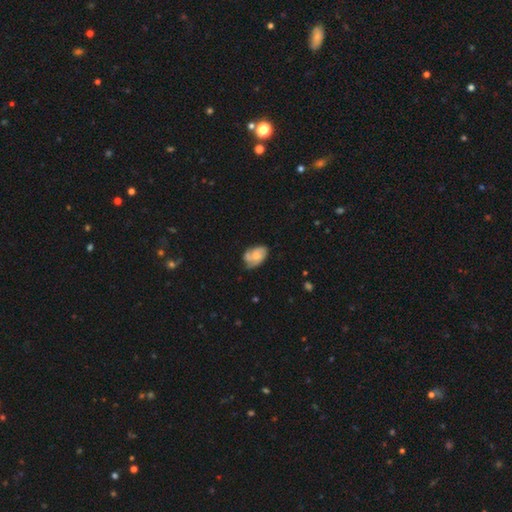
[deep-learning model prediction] Morphology: type=smooth (50%); merging=none (46%).